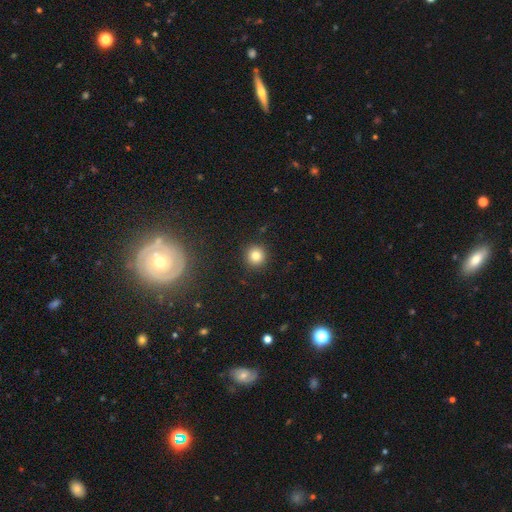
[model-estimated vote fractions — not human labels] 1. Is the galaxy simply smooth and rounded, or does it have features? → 81% smooth, 12% star or artifact, 7% featured or disk.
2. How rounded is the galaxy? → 94% round, 5% in between, 1% cigar-shaped.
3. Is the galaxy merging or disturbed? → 92% none, 5% minor disturbance, 2% major disturbance, 1% merger.